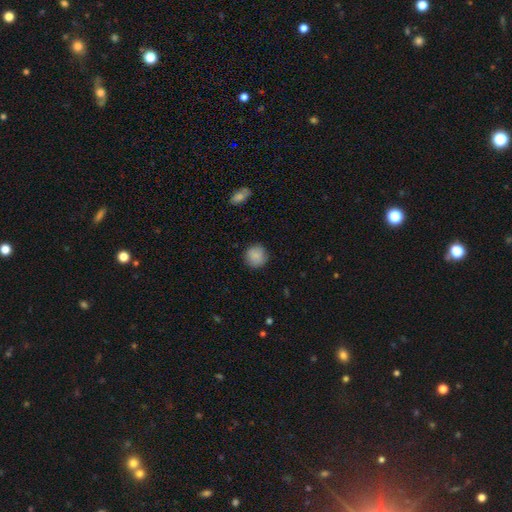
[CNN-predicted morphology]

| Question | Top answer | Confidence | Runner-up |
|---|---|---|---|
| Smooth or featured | smooth | 87% | star or artifact (8%) |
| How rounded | round | 93% | in between (6%) |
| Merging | none | 89% | minor disturbance (8%) |